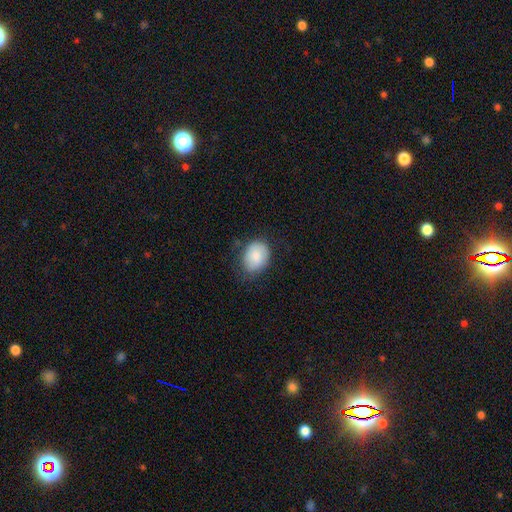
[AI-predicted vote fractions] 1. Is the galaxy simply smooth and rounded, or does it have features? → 85% smooth, 8% featured or disk, 7% star or artifact.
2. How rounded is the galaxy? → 61% in between, 38% round, 1% cigar-shaped.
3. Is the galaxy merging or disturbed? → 67% none, 25% minor disturbance, 7% major disturbance, 1% merger.